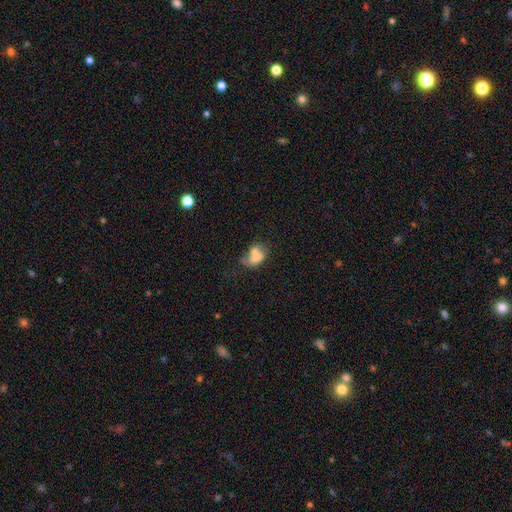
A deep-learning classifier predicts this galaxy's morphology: smooth 58%, featured or disk 30%, star or artifact 12%. Down the decision tree: how rounded — in between (76%); merging — merger (50%).